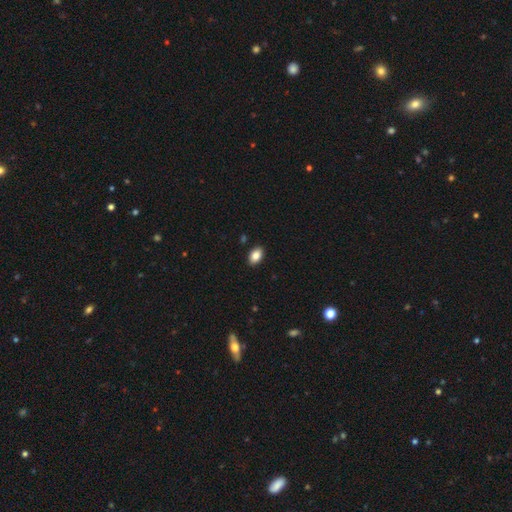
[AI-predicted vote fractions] The model was most divided on "smooth or featured": smooth: 86%, star or artifact: 8%, featured or disk: 6%. More confident: how rounded — in between (90%); merging — none (90%).